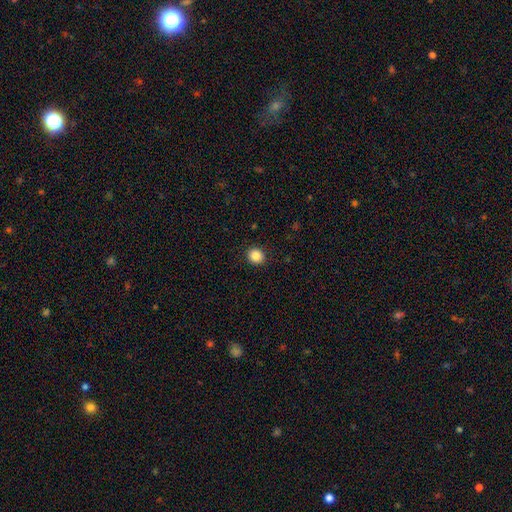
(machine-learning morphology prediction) type=smooth (86%); roundness=round (84%); merging=none (92%).